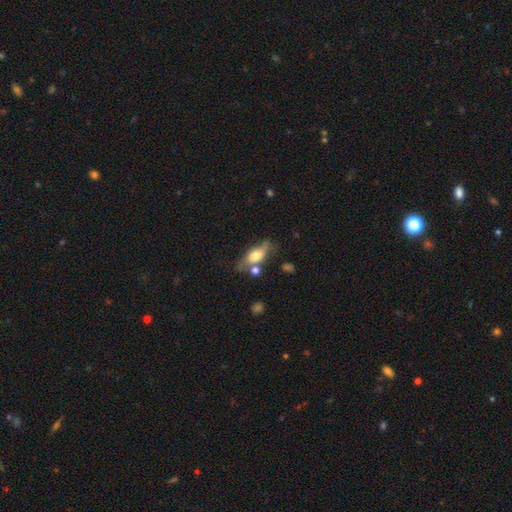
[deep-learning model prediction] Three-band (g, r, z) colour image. It shows a smooth galaxy with no disk features (60%) that is in between round and cigar-shaped (76%). Merging: none (52%).